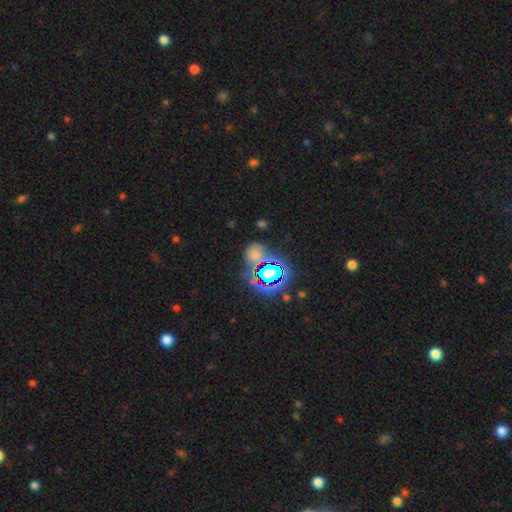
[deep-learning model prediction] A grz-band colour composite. It shows a star or artifact, not a galaxy (62%).